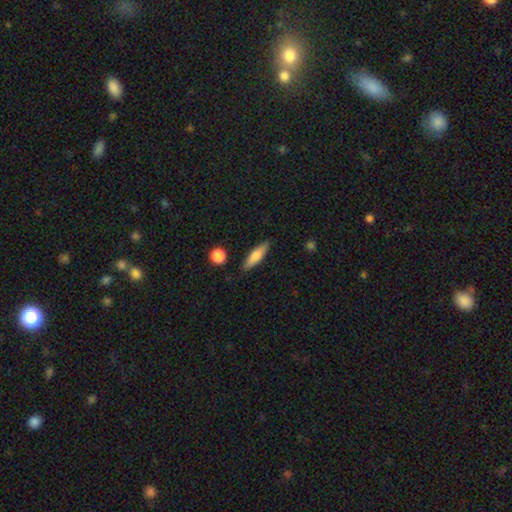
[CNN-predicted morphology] This appears to be a smooth galaxy with no disk features (68%) that is cigar-shaped (65%). Merging: none (85%).